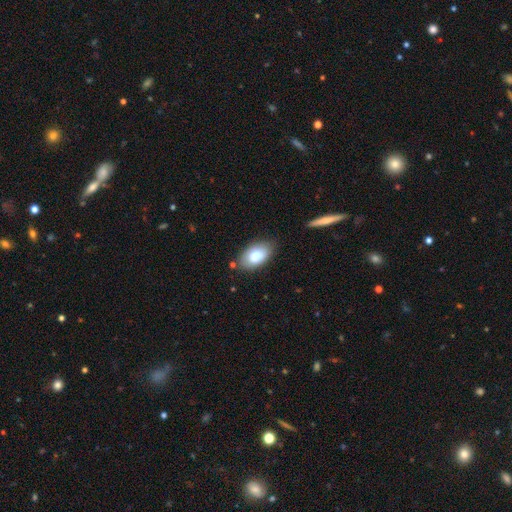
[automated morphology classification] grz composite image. It shows a smooth galaxy with no disk features (79%) that is in between round and cigar-shaped (94%). Merging: none (74%).